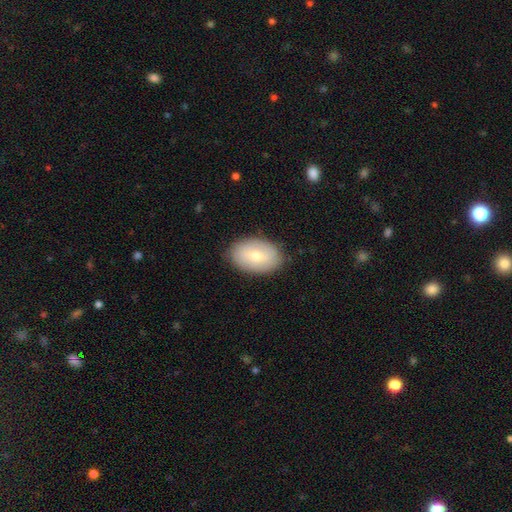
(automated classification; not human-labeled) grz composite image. It shows a smooth galaxy with no disk features (68%) that is in between round and cigar-shaped (89%). Merging: none (86%).